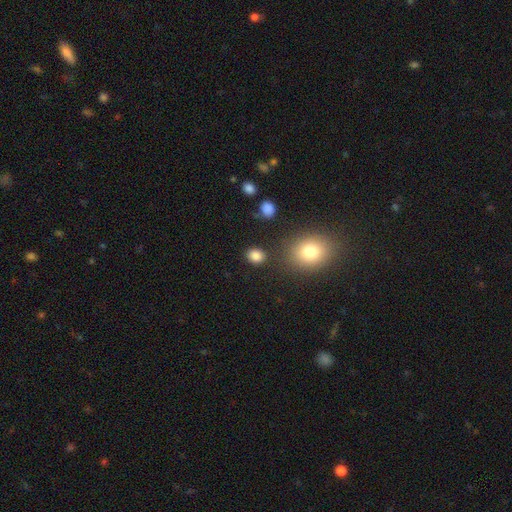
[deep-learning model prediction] smooth-or-featured: smooth: 84% | star or artifact: 11% | featured or disk: 4%
  how-rounded: round: 59% | in between: 39% | cigar-shaped: 1%
  merging: none: 84% | minor disturbance: 9% | merger: 4% | major disturbance: 3%